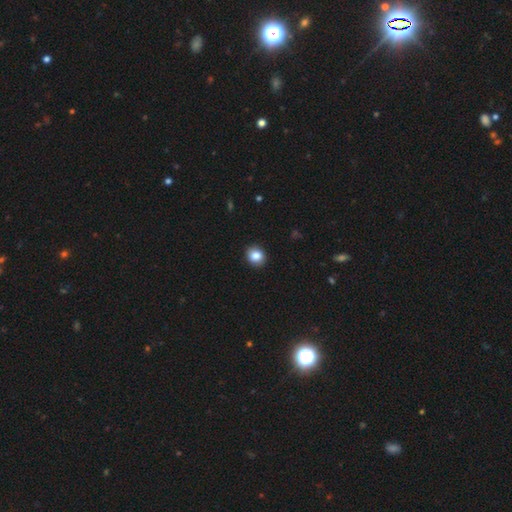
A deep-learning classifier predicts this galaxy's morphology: Q: Smooth or featured?
A: smooth (86%); runner-up: star or artifact (9%)
Q: How rounded?
A: round (70%); runner-up: in between (29%)
Q: Merging?
A: none (90%); runner-up: minor disturbance (7%)